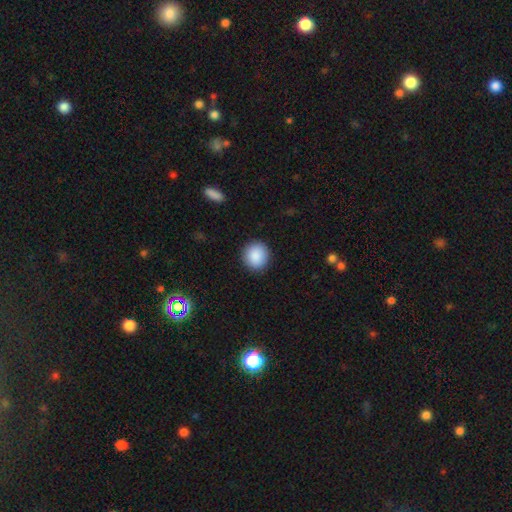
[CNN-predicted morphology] Smooth or featured? Predicted: smooth (p=0.89). How rounded? Predicted: round (p=0.91). Merging? Predicted: none (p=0.91).